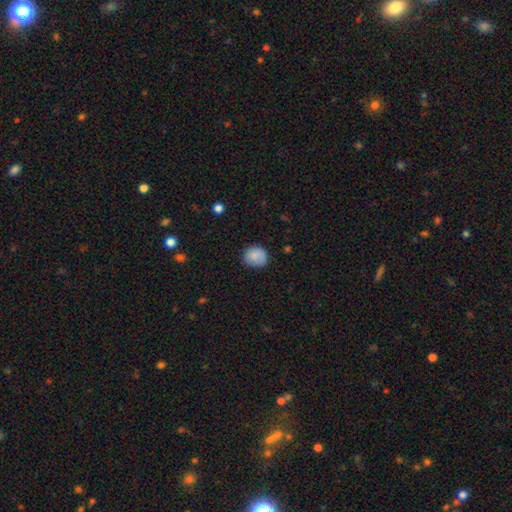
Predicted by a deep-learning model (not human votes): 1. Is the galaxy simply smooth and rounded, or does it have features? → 85% smooth, 8% star or artifact, 7% featured or disk.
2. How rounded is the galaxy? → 74% round, 25% in between, 1% cigar-shaped.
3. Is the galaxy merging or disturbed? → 76% none, 19% minor disturbance, 4% major disturbance, 1% merger.